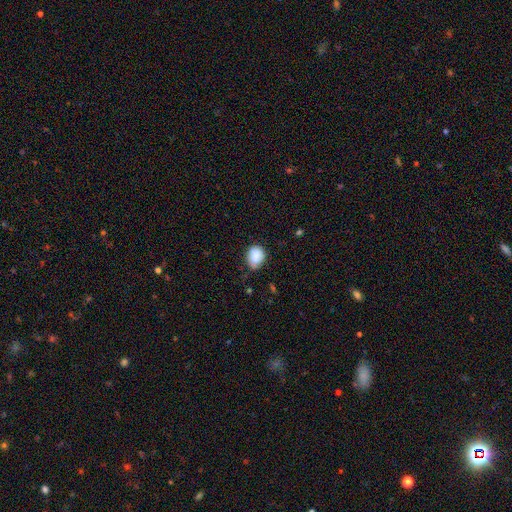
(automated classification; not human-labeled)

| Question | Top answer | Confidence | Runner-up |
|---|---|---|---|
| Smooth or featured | smooth | 86% | star or artifact (8%) |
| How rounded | round | 50% | in between (49%) |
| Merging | none | 58% | minor disturbance (34%) |